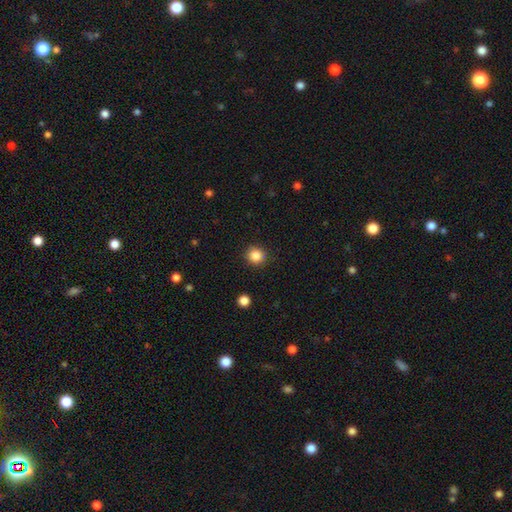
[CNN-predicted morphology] smooth 86%, star or artifact 11%, featured or disk 4%. Down the decision tree: how rounded — round (90%); merging — none (90%).